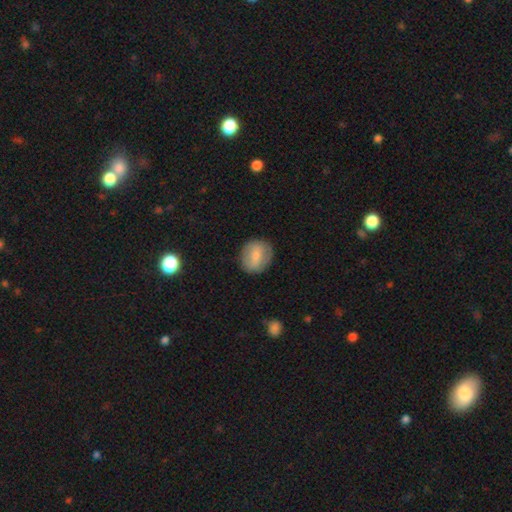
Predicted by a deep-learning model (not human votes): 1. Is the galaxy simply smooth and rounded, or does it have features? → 64% smooth, 29% featured or disk, 7% star or artifact.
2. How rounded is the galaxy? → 70% round, 29% in between, 1% cigar-shaped.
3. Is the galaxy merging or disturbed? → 85% none, 10% minor disturbance, 3% major disturbance, 1% merger.